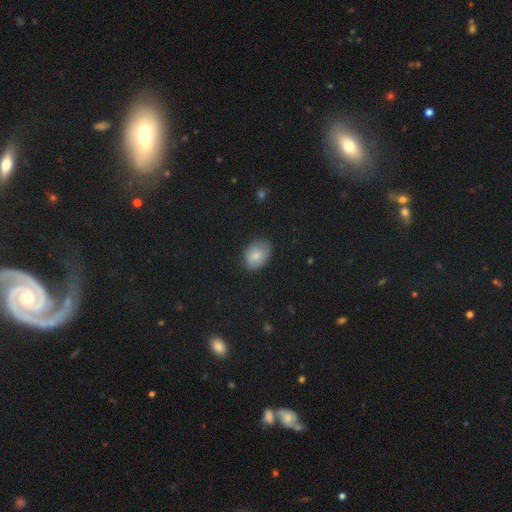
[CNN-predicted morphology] Overall: smooth (82%). How rounded: in between (77%). Merging: none (78%).